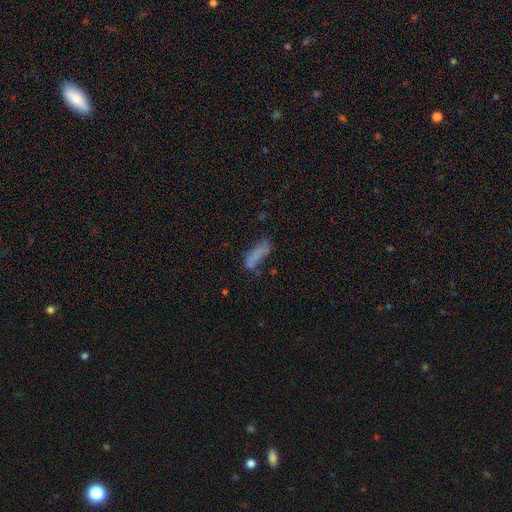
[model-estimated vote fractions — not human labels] Overall: smooth (67%). How rounded: cigar-shaped (54%; in between 43%). Merging: none (47%; minor disturbance 25%).